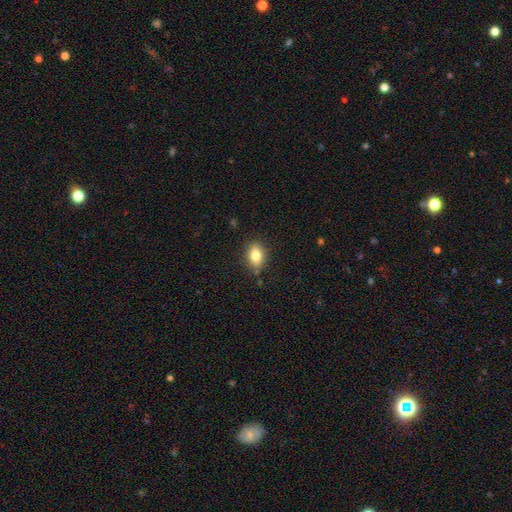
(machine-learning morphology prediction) smooth_or_featured: smooth (p=0.81) [alt: featured or disk p=0.10]
how_rounded: in between (p=0.75) [alt: round p=0.23]
merging: none (p=0.84) [alt: minor disturbance p=0.12]